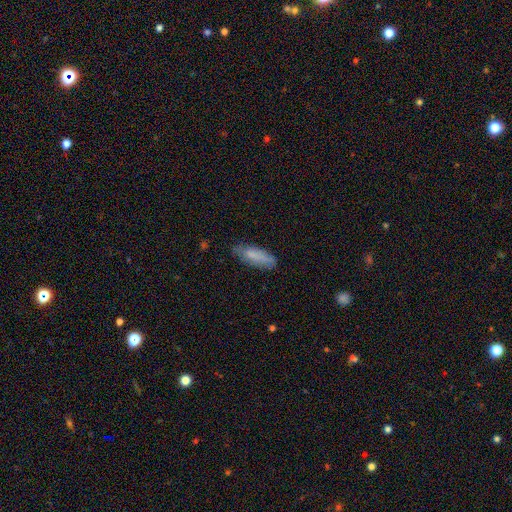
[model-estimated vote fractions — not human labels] Smooth or featured? smooth (78%)
How rounded? in between (55%)
Merging? none (69%)